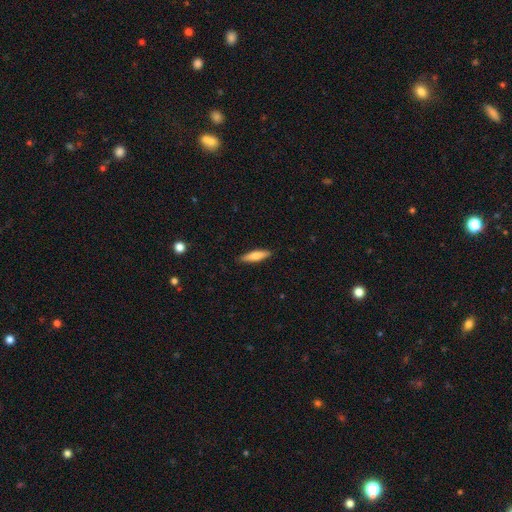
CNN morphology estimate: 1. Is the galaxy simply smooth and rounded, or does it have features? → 71% smooth, 23% featured or disk, 6% star or artifact.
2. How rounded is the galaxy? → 76% cigar-shaped, 22% in between, 2% round.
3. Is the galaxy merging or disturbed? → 88% none, 9% minor disturbance, 2% major disturbance, 1% merger.